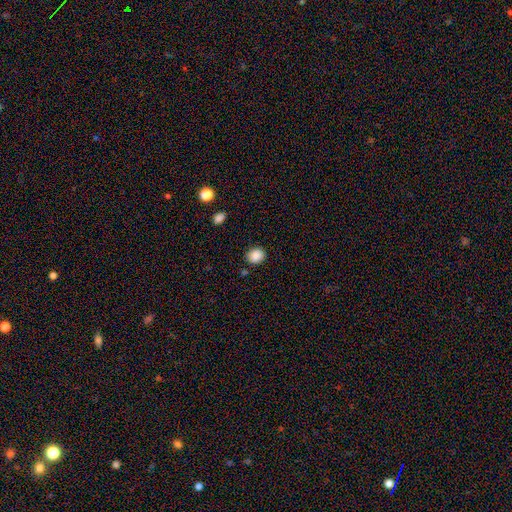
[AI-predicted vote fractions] This appears to be a smooth galaxy with no disk features (88%) that is round (70%). Merging: none (86%).